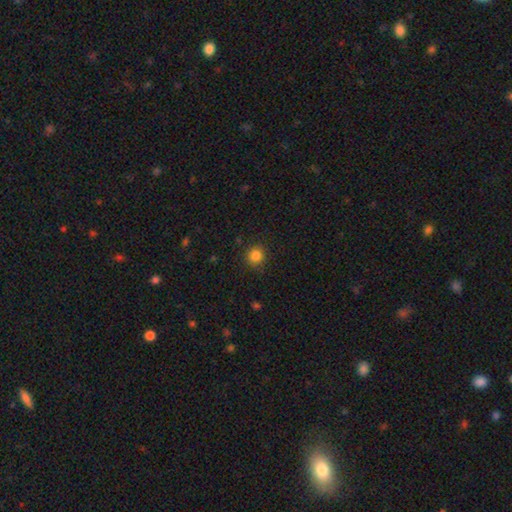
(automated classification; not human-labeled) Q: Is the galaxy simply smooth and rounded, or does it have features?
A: smooth — 84%.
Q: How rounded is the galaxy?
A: round — 91%.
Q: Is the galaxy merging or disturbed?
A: none — 87%.